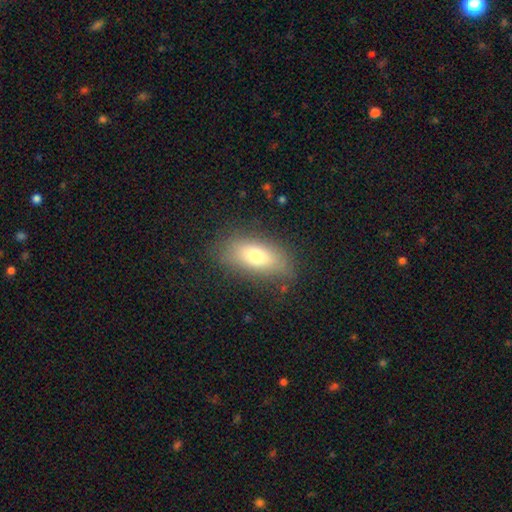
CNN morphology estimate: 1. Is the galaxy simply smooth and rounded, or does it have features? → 74% smooth, 18% featured or disk, 9% star or artifact.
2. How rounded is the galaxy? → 81% in between, 15% cigar-shaped, 4% round.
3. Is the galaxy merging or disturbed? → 80% none, 14% minor disturbance, 4% major disturbance, 1% merger.